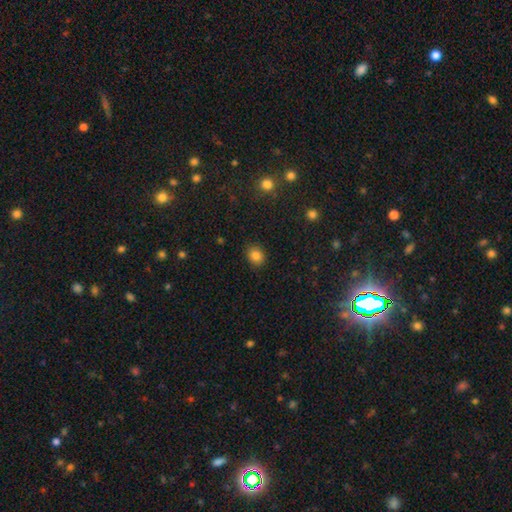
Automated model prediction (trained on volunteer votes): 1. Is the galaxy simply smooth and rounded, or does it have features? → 84% smooth, 12% star or artifact, 5% featured or disk.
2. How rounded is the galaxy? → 62% round, 38% in between, 1% cigar-shaped.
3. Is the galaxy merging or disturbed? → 88% none, 8% minor disturbance, 2% major disturbance, 1% merger.